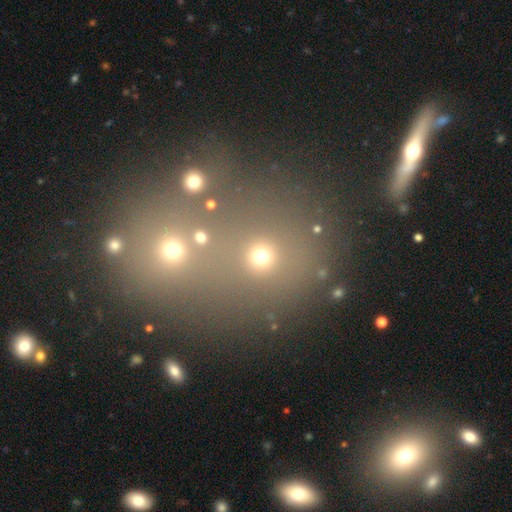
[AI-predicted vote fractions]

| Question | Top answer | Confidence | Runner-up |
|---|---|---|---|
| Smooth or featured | smooth | 43% | star or artifact (40%) |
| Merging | none | 49% | merger (38%) |